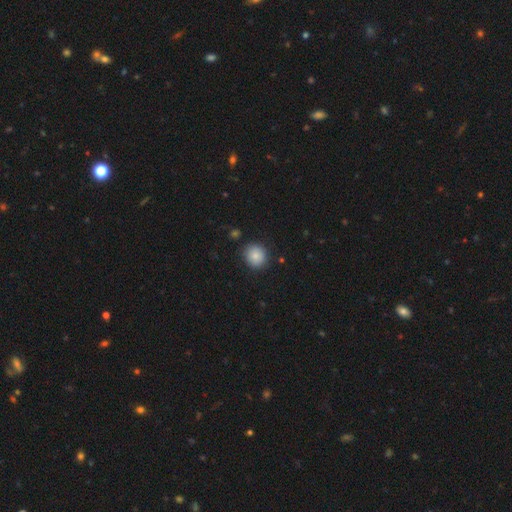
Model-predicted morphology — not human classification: Smooth or featured: smooth — 86% (star or artifact — 9%)
How rounded: round — 84% (in between — 15%)
Merging: none — 85% (minor disturbance — 11%)